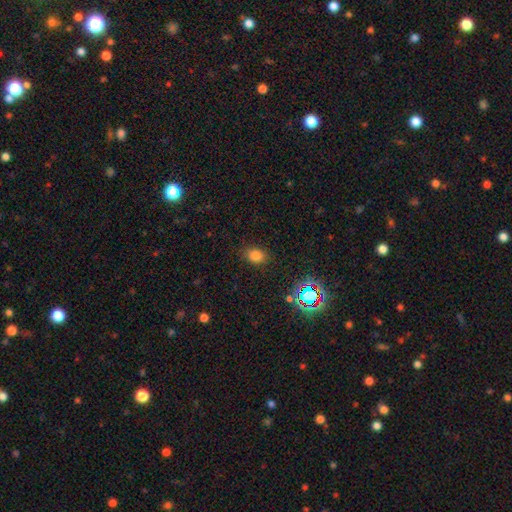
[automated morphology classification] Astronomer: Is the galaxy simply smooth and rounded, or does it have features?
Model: smooth — 76%.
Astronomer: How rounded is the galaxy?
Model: in between — 62%.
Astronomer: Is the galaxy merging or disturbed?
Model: none — 85%.